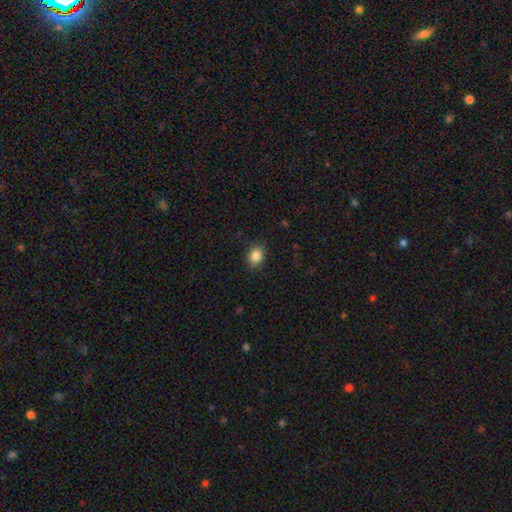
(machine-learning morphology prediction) A smooth galaxy with no disk features (87%) that is round (53%).

Vote fractions:
- Smooth or featured? smooth: 87% / star or artifact: 9% / featured or disk: 4%
- How rounded? round: 53% / in between: 46% / cigar-shaped: 1%
- Merging? none: 85% / minor disturbance: 11% / major disturbance: 3% / merger: 1%